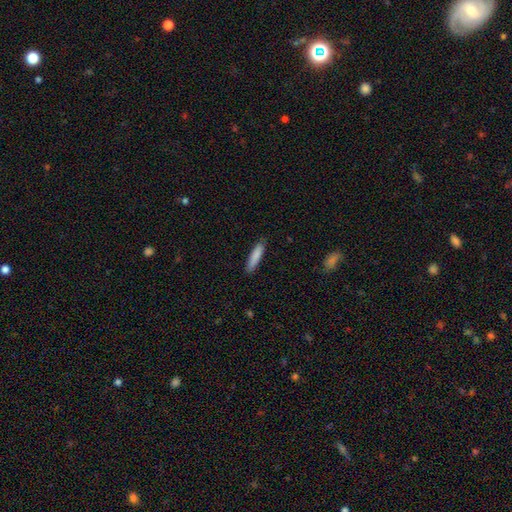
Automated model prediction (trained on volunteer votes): smooth 85%, featured or disk 9%, star or artifact 6%. Down the decision tree: how rounded — cigar-shaped (84%); merging — none (87%).